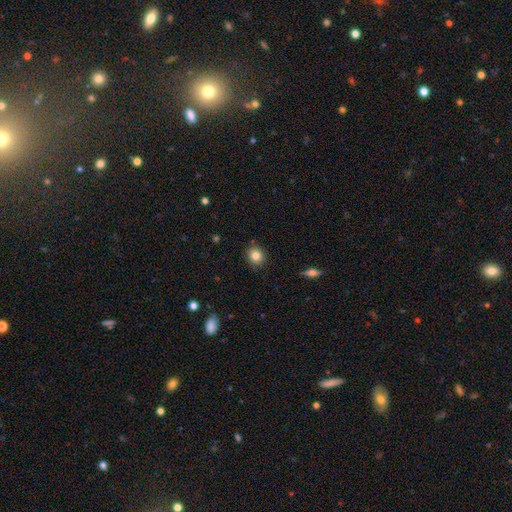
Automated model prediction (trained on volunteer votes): A smooth galaxy with no disk features (82%) that is round (83%). Merging: none (88%).